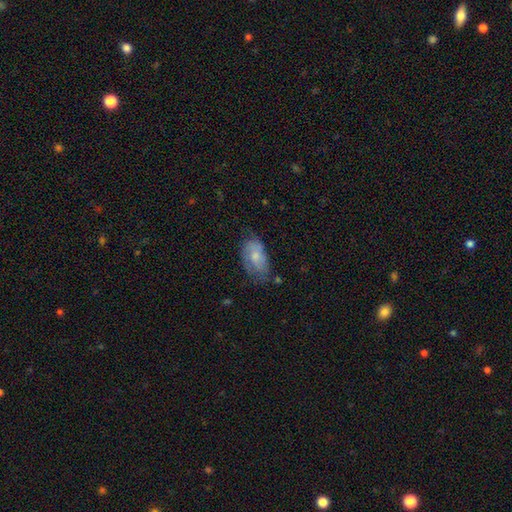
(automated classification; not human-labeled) Overall: smooth (62%; featured or disk 31%). How rounded: in between (92%). Merging: none (51%; minor disturbance 34%).